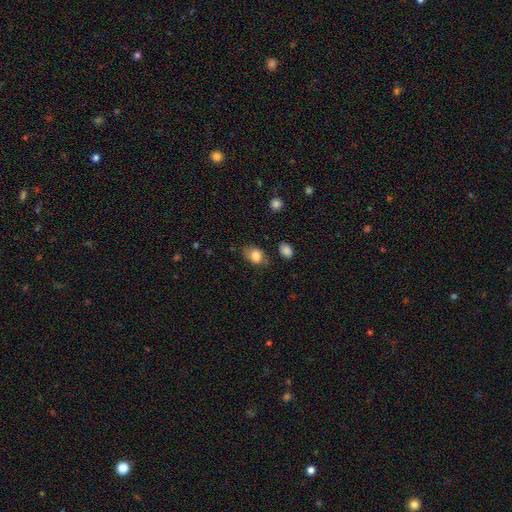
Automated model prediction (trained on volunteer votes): The model was most divided on "merging": none: 69%, minor disturbance: 22%, major disturbance: 6%, merger: 3%. More confident: smooth or featured — smooth (81%); how rounded — in between (79%).